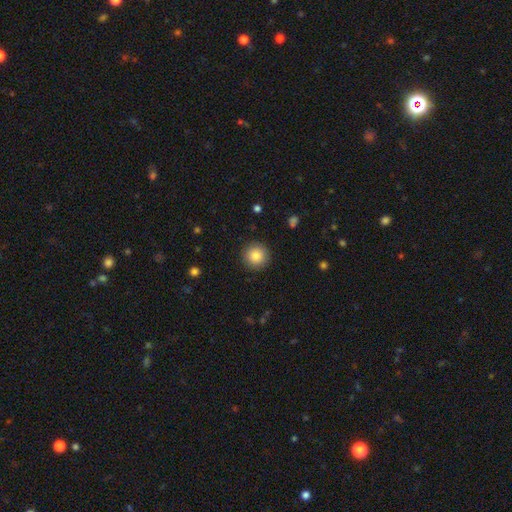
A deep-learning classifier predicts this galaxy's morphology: Smooth or featured? Predicted: smooth (p=0.84). How rounded? Predicted: round (p=0.96). Merging? Predicted: none (p=0.91).